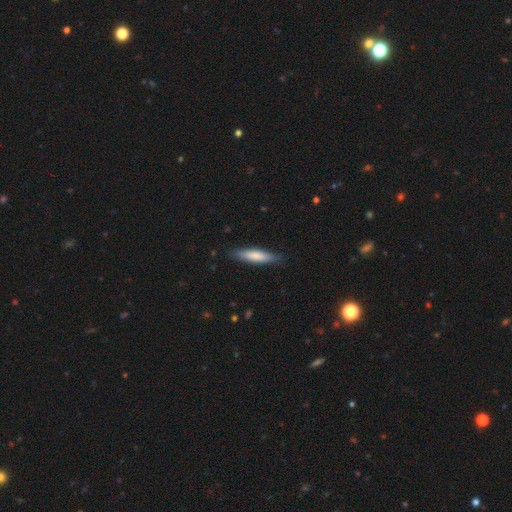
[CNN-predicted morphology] smooth 76%, featured or disk 19%, star or artifact 5%. Down the decision tree: how rounded — cigar-shaped (78%); merging — none (85%).